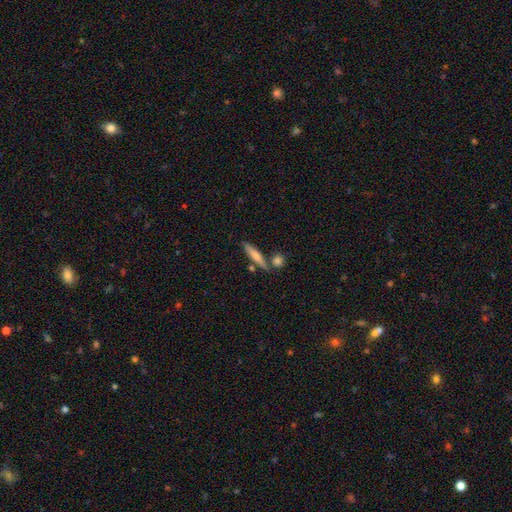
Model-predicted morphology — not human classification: A smooth galaxy with no disk features (52%) that is cigar-shaped (87%).

Vote fractions:
- Smooth or featured? smooth: 52% / featured or disk: 40% / star or artifact: 7%
- How rounded? cigar-shaped: 87% / in between: 10% / round: 3%
- Merging? none: 76% / merger: 12% / minor disturbance: 10% / major disturbance: 3%